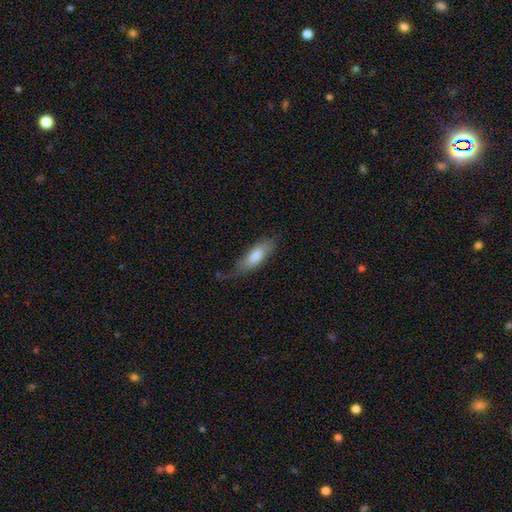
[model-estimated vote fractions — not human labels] A smooth galaxy with no disk features (71%) that is in between round and cigar-shaped (61%). Merging: none (55%).